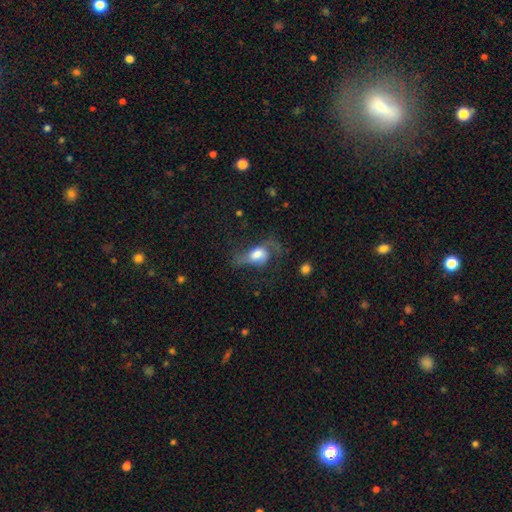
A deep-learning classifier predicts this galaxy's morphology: featured or disk 47%, smooth 44%, star or artifact 9%. Down the decision tree: merging — major disturbance (41%).